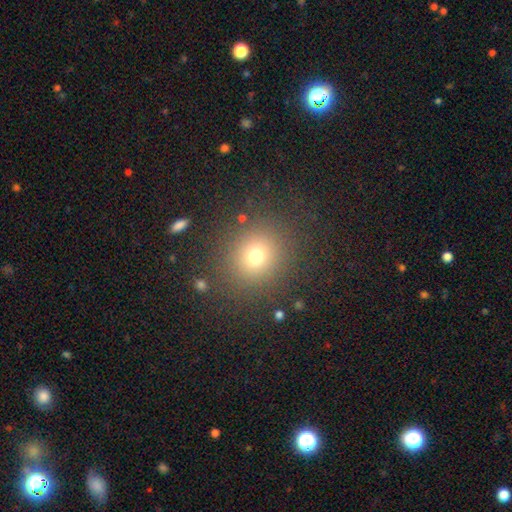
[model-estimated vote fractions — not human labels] Smooth or featured?
  - smooth: 73% *
  - star or artifact: 18%
  - featured or disk: 9%
How rounded?
  - round: 84% *
  - in between: 15%
  - cigar-shaped: 1%
Merging?
  - none: 86% *
  - minor disturbance: 8%
  - major disturbance: 5%
  - merger: 2%